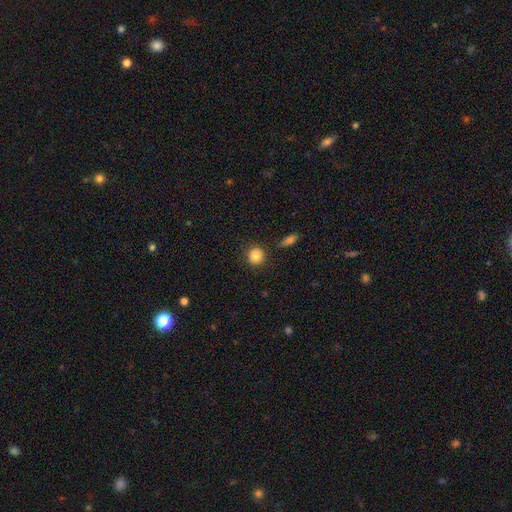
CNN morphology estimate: A smooth galaxy with no disk features (85%) that is round (89%). Merging: none (85%).